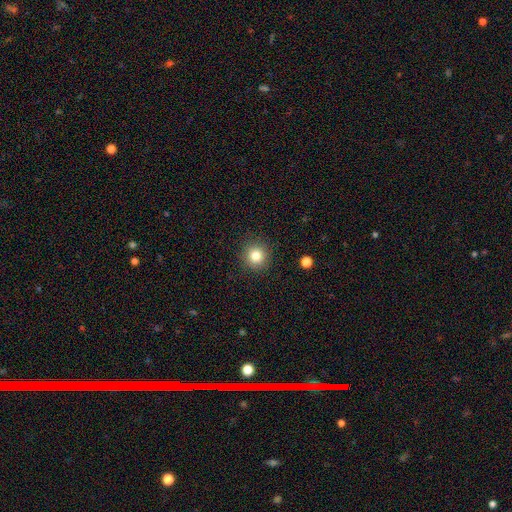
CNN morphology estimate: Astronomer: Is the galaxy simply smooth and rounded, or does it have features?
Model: smooth — 82%.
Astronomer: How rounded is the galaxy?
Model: round — 94%.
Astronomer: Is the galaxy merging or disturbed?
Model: none — 90%.